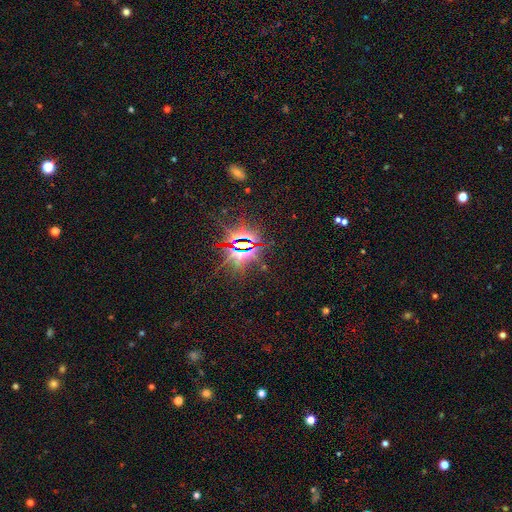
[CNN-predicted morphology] Smooth or featured? Predicted: star or artifact (p=0.85).